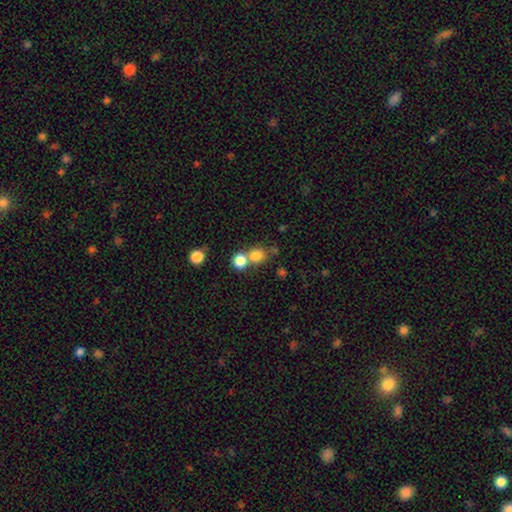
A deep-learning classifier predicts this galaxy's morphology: Smooth or featured: smooth — 79% (star or artifact — 13%)
How rounded: round — 81% (in between — 18%)
Merging: none — 48% (merger — 42%)